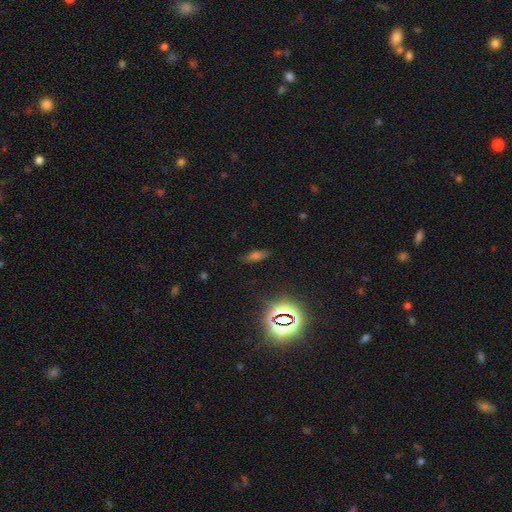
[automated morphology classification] smooth_or_featured: smooth (p=0.44) [alt: star or artifact p=0.38]
merging: none (p=0.84) [alt: minor disturbance p=0.11]